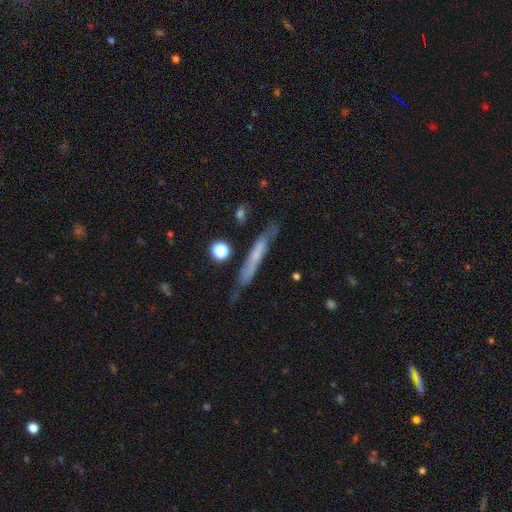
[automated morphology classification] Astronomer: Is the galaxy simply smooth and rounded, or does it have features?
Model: smooth — 46%, tied with featured or disk at 46%.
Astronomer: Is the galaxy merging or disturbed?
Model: none — 69%.